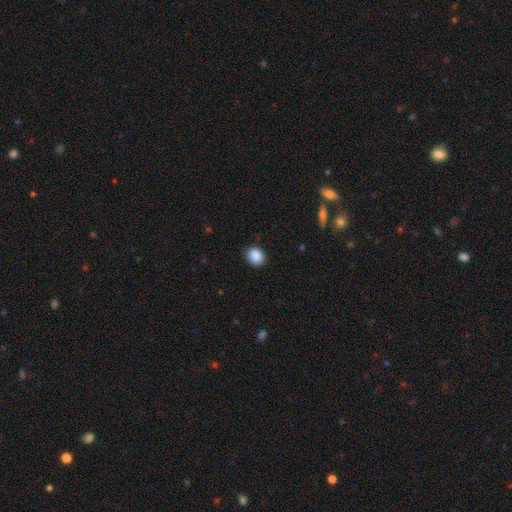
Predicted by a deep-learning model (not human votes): A smooth galaxy with no disk features (88%) that is round (58%). Merging: none (87%).